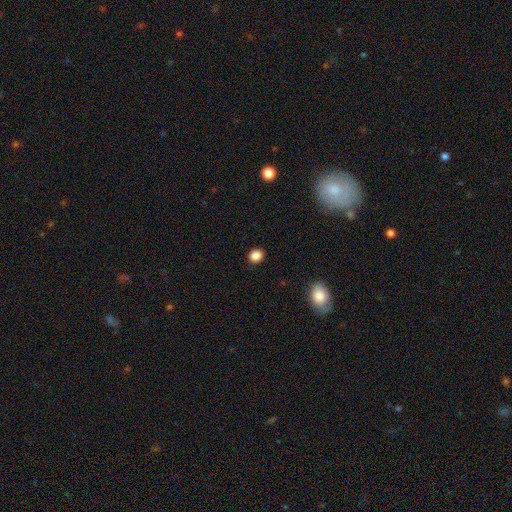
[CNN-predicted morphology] Q: Smooth or featured?
A: smooth (86%); runner-up: star or artifact (11%)
Q: How rounded?
A: round (74%); runner-up: in between (25%)
Q: Merging?
A: none (90%); runner-up: minor disturbance (7%)